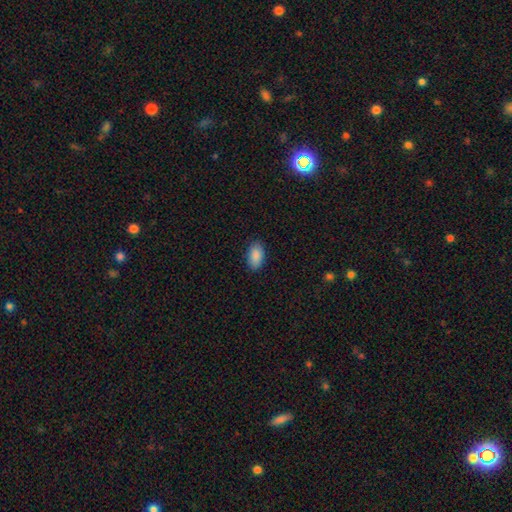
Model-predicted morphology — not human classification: The model was most divided on "merging": none: 86%, minor disturbance: 11%, major disturbance: 2%, merger: 1%. More confident: how rounded — in between (93%); smooth or featured — smooth (89%).